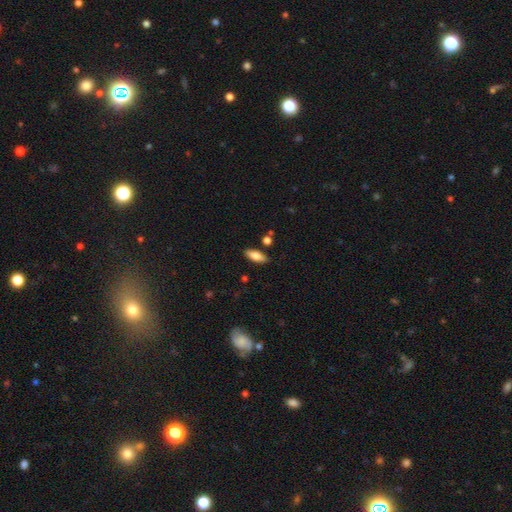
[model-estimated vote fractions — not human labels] Overall: smooth (81%). How rounded: in between (76%). Merging: none (85%).